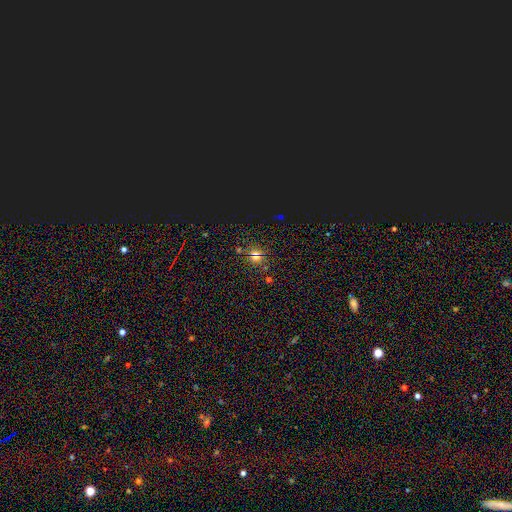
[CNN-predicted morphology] star or artifact 55%, smooth 35%, featured or disk 10%.